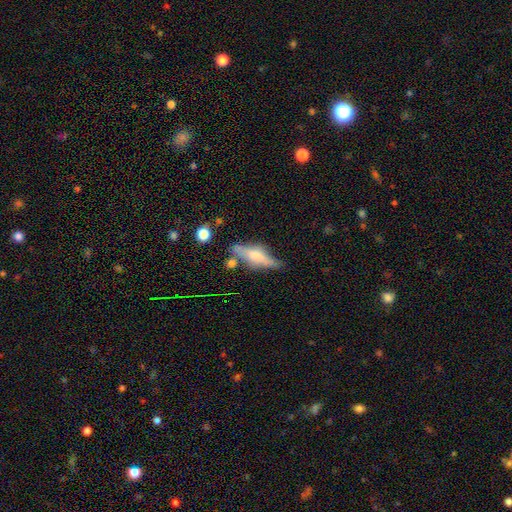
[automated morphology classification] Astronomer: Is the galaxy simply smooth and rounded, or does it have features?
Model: featured or disk — 57% (runner-up: smooth, 35%).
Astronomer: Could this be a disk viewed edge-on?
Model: yes — 90%.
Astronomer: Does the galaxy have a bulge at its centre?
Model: rounded — 76%.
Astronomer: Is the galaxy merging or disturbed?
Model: none — 68%.